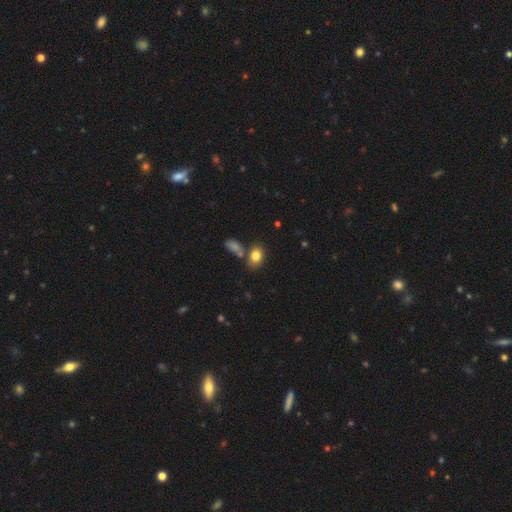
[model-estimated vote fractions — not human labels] The model was most divided on "merging": none: 63%, merger: 19%, minor disturbance: 14%, major disturbance: 4%. More confident: smooth or featured — smooth (82%); how rounded — in between (76%).